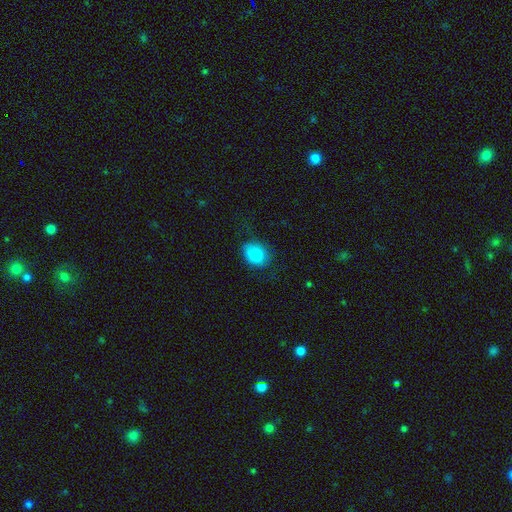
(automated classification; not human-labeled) smooth 84%, star or artifact 8%, featured or disk 7%. Down the decision tree: how rounded — in between (58%); merging — none (68%).